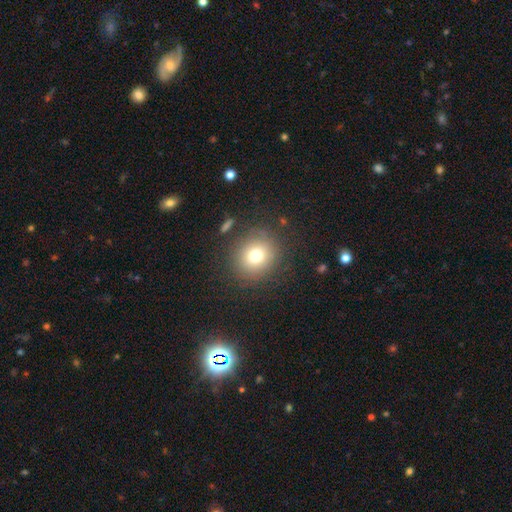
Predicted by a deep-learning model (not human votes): smooth_or_featured: smooth (p=0.74) [alt: star or artifact p=0.14]
how_rounded: round (p=0.87) [alt: in between p=0.12]
merging: none (p=0.85) [alt: minor disturbance p=0.09]